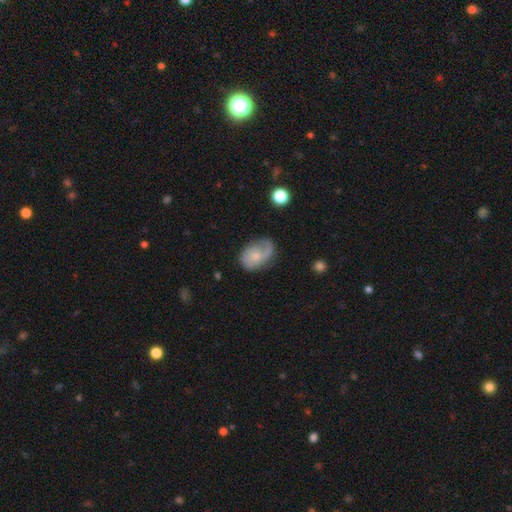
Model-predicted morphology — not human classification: A featured or disk galaxy (58%) with no bar (74%), spiral arms (87%) and a small central bulge (53%).

Vote fractions:
- Smooth or featured? featured or disk: 58% / smooth: 35% / star or artifact: 7%
- Edge-on disk? no: 97% / yes: 3%
- Bar? no: 74% / weak: 23% / strong: 3%
- Spiral arms? yes: 87% / no: 13%
- Bulge size? small: 53% / moderate: 33% / none: 9% / large: 3% / dominant: 1%
- Merging? none: 54% / minor disturbance: 27% / major disturbance: 17% / merger: 2%